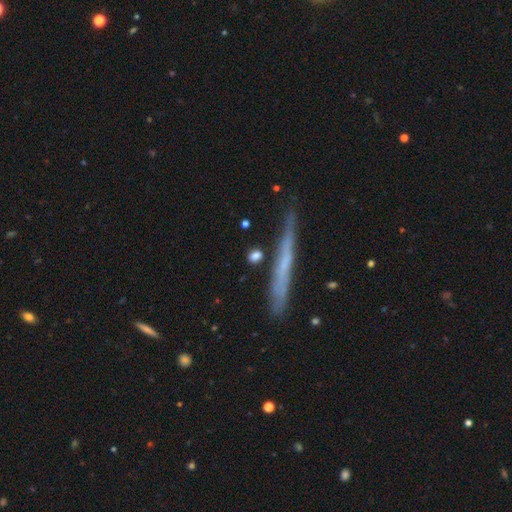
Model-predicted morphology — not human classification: A smooth galaxy with no disk features (71%) that is round (38%). Merging: none (80%).